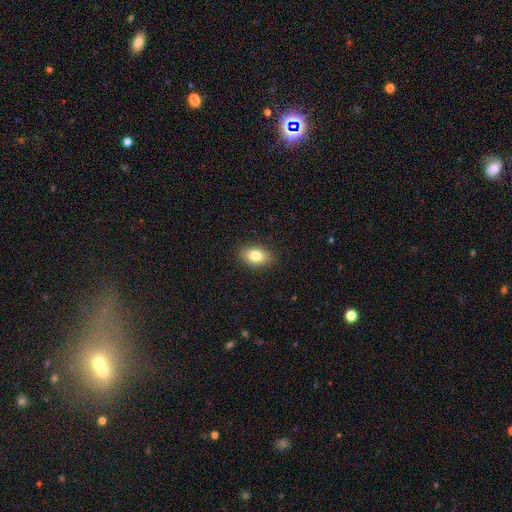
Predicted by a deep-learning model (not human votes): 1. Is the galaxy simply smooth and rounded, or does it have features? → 80% smooth, 11% featured or disk, 9% star or artifact.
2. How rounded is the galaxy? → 84% in between, 14% round, 2% cigar-shaped.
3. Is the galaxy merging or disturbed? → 88% none, 9% minor disturbance, 2% major disturbance, 1% merger.